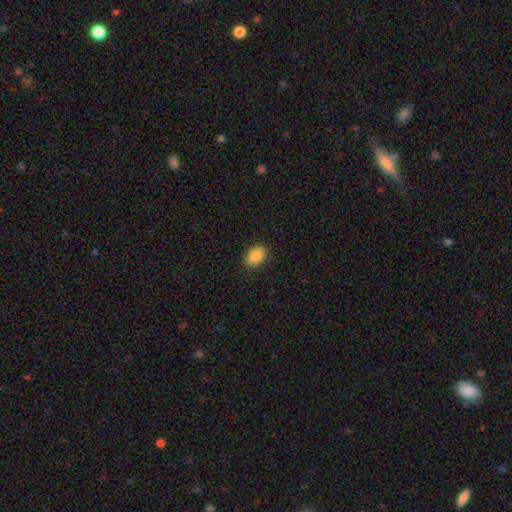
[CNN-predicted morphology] Q: Smooth or featured?
A: smooth (87%); runner-up: star or artifact (8%)
Q: How rounded?
A: in between (84%); runner-up: round (15%)
Q: Merging?
A: none (87%); runner-up: minor disturbance (9%)